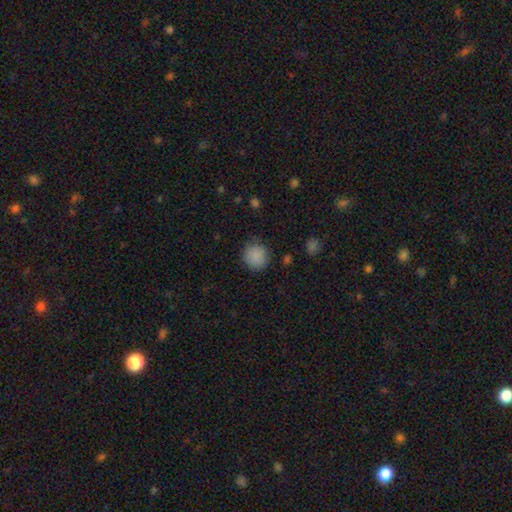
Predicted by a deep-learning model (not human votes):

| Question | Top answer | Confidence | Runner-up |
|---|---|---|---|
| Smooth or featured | smooth | 88% | star or artifact (9%) |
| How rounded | round | 88% | in between (11%) |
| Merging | none | 84% | minor disturbance (12%) |